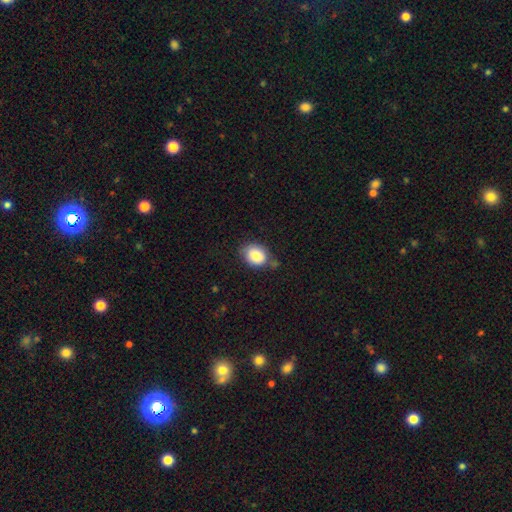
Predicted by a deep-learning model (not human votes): Overall: smooth (82%). How rounded: in between (52%; round 48%). Merging: none (68%).